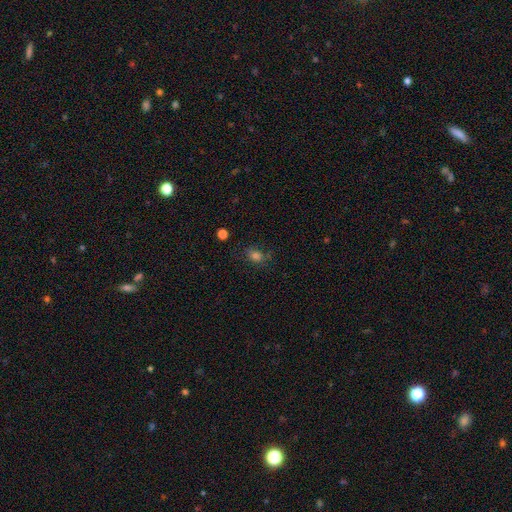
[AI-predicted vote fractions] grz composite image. It shows a smooth galaxy with no disk features (70%) that is in between round and cigar-shaped (58%). Merging: none (72%).